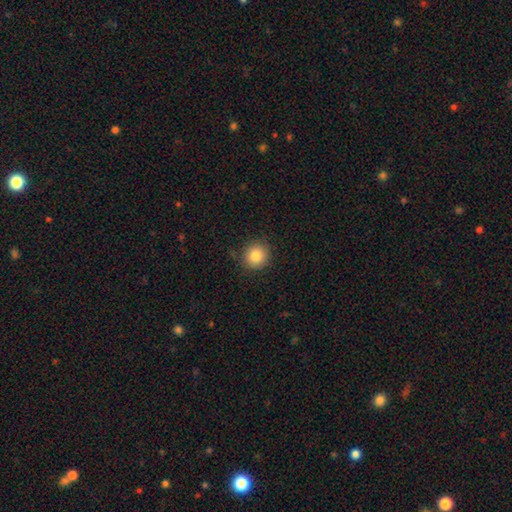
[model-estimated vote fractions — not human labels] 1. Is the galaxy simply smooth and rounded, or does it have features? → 83% smooth, 10% star or artifact, 6% featured or disk.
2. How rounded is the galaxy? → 91% round, 8% in between, 1% cigar-shaped.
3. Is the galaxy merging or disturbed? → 87% none, 10% minor disturbance, 3% major disturbance, 1% merger.